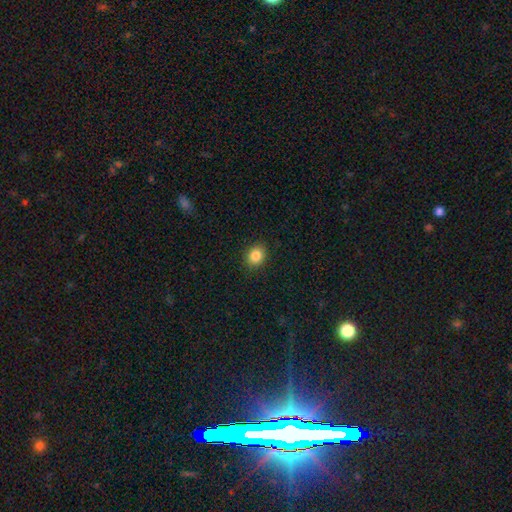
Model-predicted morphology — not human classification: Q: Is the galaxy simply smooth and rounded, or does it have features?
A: smooth — 85%.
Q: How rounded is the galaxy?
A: round — 64%.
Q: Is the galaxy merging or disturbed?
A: none — 90%.